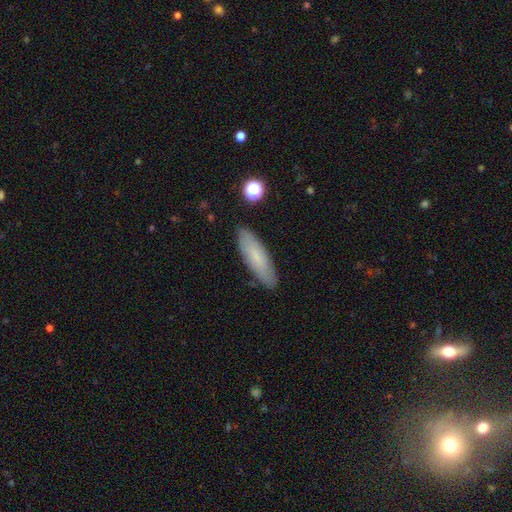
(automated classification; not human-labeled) This is likely a smooth galaxy (70%). How rounded: possibly cigar-shaped (59%). Merging: clearly none (86%).